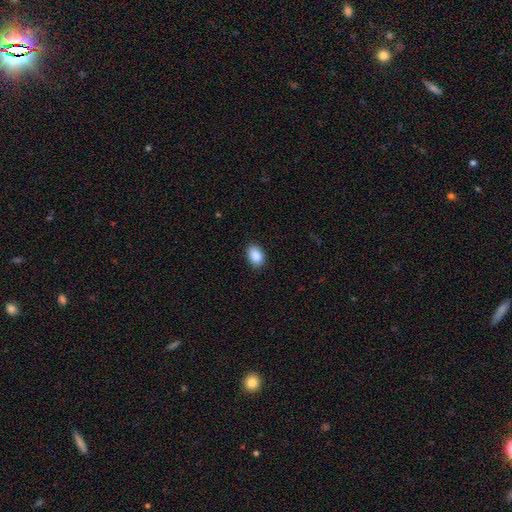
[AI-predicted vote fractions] Morphology: type=smooth (89%); roundness=in between (82%); merging=none (87%).